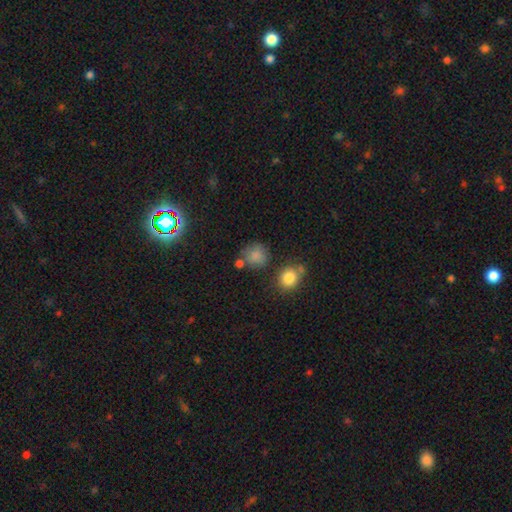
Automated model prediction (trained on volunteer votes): Q: Smooth or featured?
A: smooth (81%); runner-up: star or artifact (12%)
Q: How rounded?
A: round (86%); runner-up: in between (13%)
Q: Merging?
A: none (67%); runner-up: minor disturbance (17%)